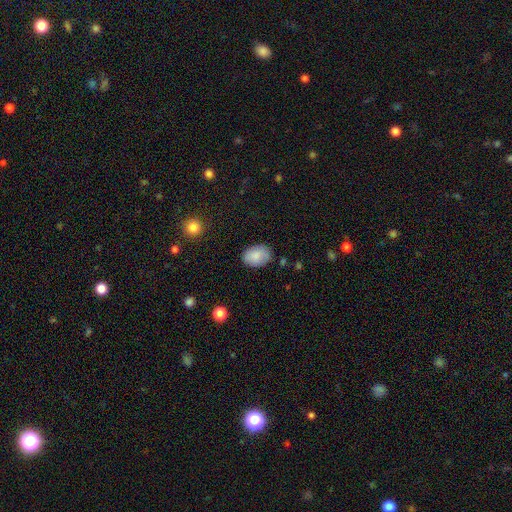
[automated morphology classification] type=smooth (85%); roundness=in between (80%); merging=none (80%).